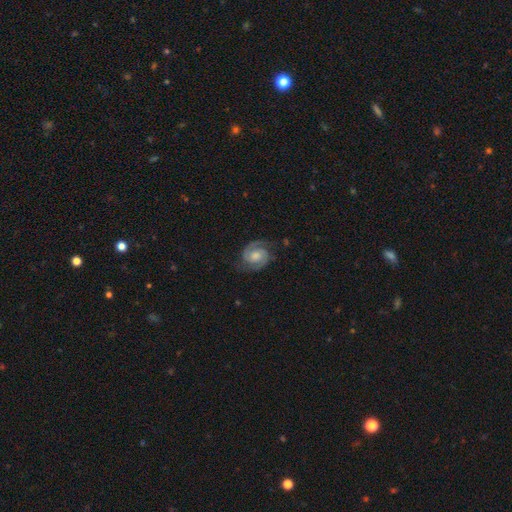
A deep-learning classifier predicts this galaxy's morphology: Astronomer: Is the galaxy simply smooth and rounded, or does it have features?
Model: featured or disk — 88%.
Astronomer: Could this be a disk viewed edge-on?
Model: no — 98%.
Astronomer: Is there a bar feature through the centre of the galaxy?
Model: no — 58% (runner-up: weak, 34%).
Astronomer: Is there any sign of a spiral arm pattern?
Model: yes — 98%.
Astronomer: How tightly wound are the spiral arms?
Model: tight — 48% (runner-up: medium, 43%).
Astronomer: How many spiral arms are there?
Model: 2 — 93%.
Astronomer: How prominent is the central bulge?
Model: moderate — 52%.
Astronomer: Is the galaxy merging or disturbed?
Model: none — 77%.